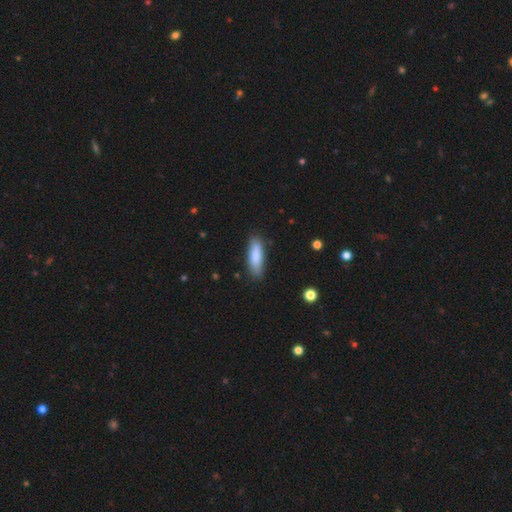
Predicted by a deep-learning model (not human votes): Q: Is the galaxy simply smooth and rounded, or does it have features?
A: smooth — 83%.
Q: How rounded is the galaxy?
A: cigar-shaped — 53%.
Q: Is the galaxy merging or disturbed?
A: none — 82%.